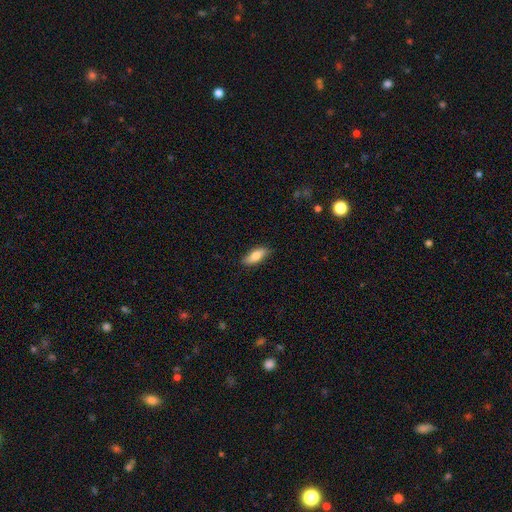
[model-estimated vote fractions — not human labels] Morphology: type=smooth (78%); roundness=in between (70%); merging=none (82%).